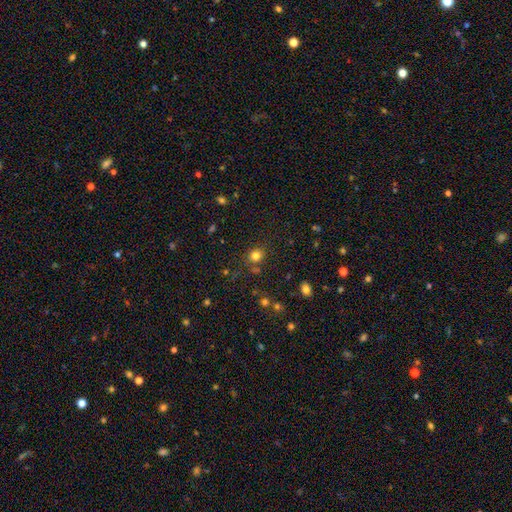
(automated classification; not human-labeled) Q: Smooth or featured?
A: smooth (79%); runner-up: star or artifact (15%)
Q: How rounded?
A: round (72%); runner-up: in between (27%)
Q: Merging?
A: none (79%); runner-up: minor disturbance (11%)